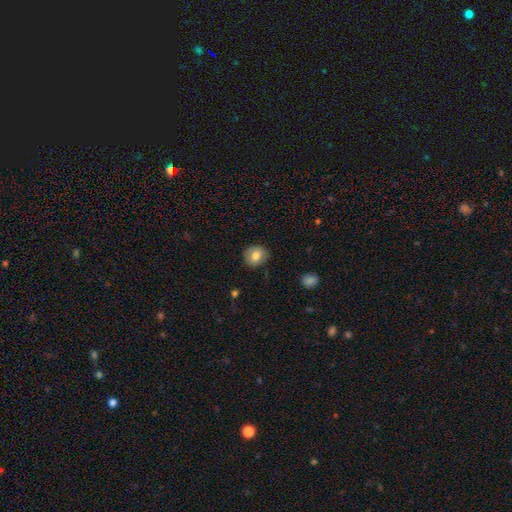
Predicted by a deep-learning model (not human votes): Smooth or featured? smooth (78%)
How rounded? round (74%)
Merging? none (85%)